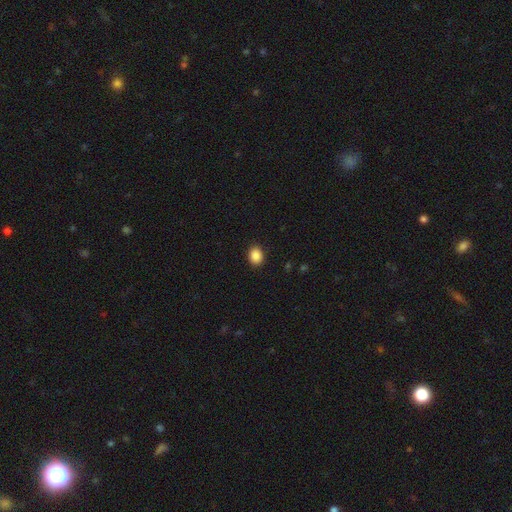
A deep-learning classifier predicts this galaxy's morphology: A smooth galaxy with no disk features (89%) that is in between round and cigar-shaped (50%).

Vote fractions:
- Smooth or featured? smooth: 89% / star or artifact: 9% / featured or disk: 3%
- How rounded? in between: 50% / round: 49% / cigar-shaped: 1%
- Merging? none: 90% / minor disturbance: 7% / major disturbance: 2% / merger: 1%